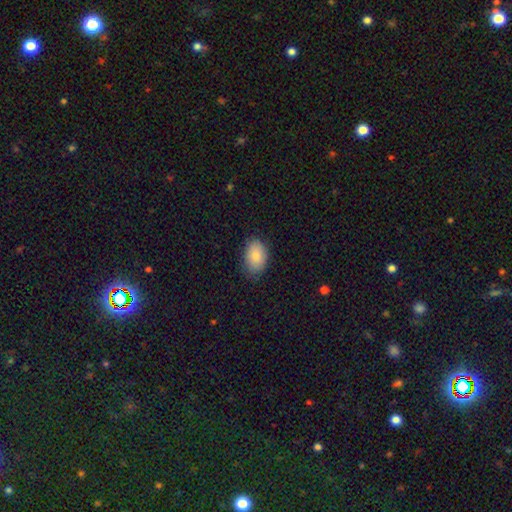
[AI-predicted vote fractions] The model was most divided on "merging": none: 82%, minor disturbance: 14%, major disturbance: 3%, merger: 1%. More confident: how rounded — in between (86%); smooth or featured — smooth (84%).